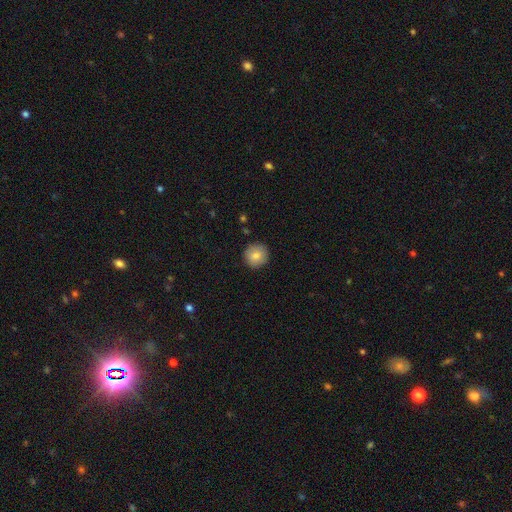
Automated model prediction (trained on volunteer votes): Smooth or featured? Predicted: smooth (p=0.84). How rounded? Predicted: round (p=0.94). Merging? Predicted: none (p=0.90).